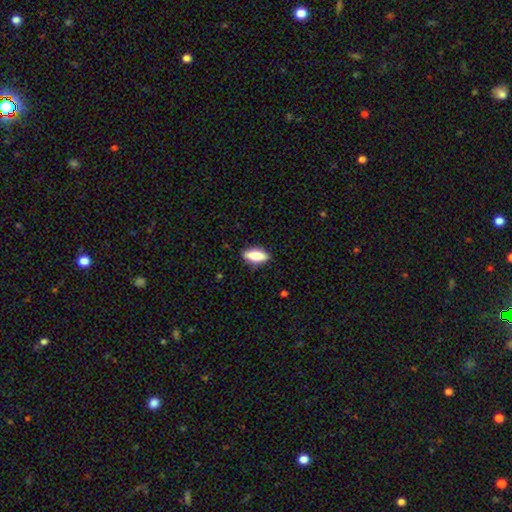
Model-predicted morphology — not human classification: Smooth or featured: smooth — 75% (featured or disk — 19%)
How rounded: in between — 79% (cigar-shaped — 18%)
Merging: none — 86% (minor disturbance — 11%)